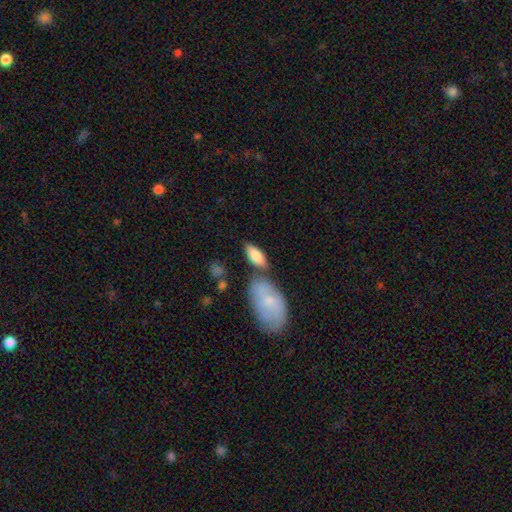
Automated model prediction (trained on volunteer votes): smooth_or_featured: smooth (p=0.78) [alt: featured or disk p=0.16]
how_rounded: in between (p=0.83) [alt: cigar-shaped p=0.15]
merging: none (p=0.60) [alt: merger p=0.19]